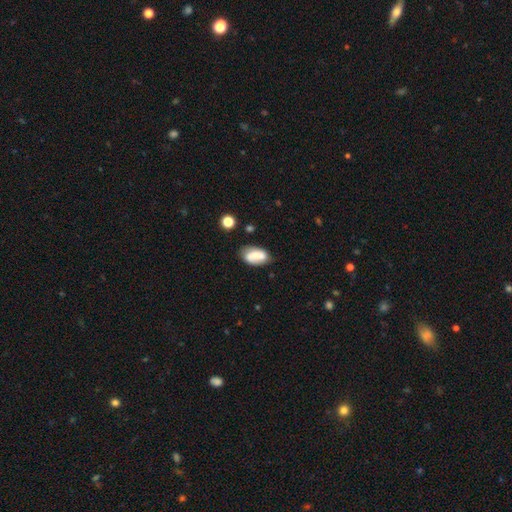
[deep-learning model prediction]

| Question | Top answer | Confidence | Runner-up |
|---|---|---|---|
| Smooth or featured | smooth | 67% | featured or disk (24%) |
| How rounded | in between | 90% | round (6%) |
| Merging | none | 59% | minor disturbance (25%) |